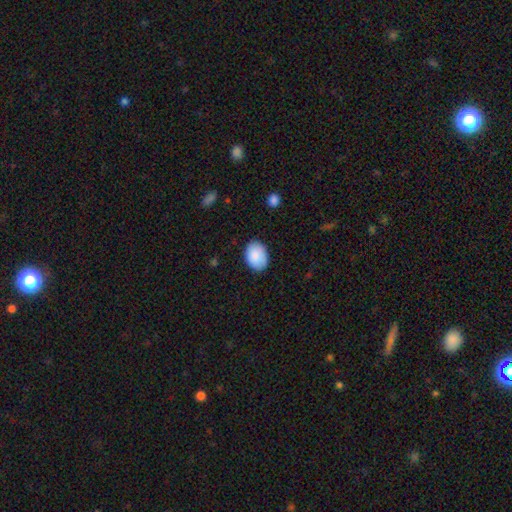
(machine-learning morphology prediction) smooth_or_featured: smooth (p=0.88) [alt: star or artifact p=0.06]
how_rounded: in between (p=0.73) [alt: round p=0.26]
merging: none (p=0.82) [alt: minor disturbance p=0.15]